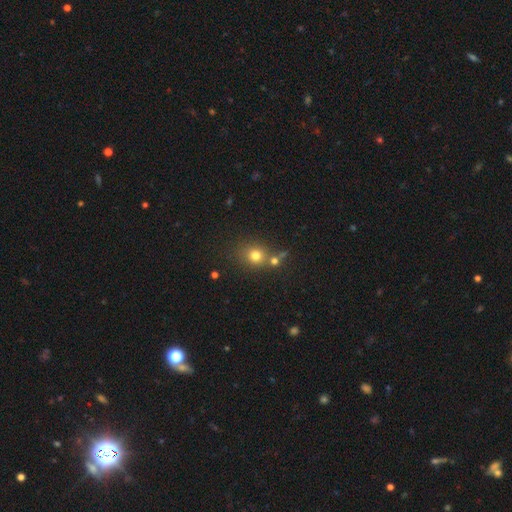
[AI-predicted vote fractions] Overall: smooth (75%). How rounded: round (75%). Merging: none (62%; merger 23%).